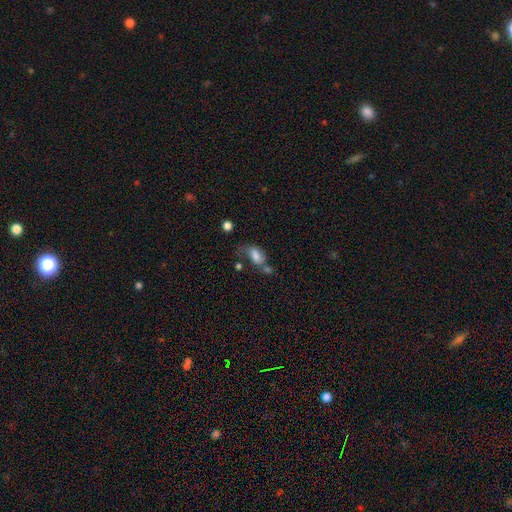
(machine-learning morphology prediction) smooth 67%, featured or disk 22%, star or artifact 11%. Down the decision tree: how rounded — in between (86%); merging — merger (28%, tied with none).